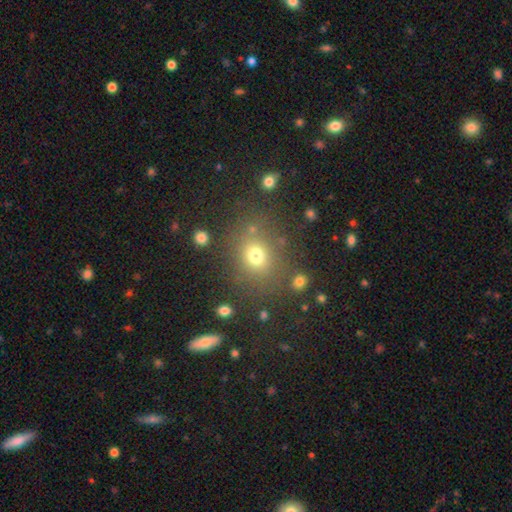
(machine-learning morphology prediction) This appears to be a smooth galaxy with no disk features (72%) that is round (62%). Merging: none (76%).